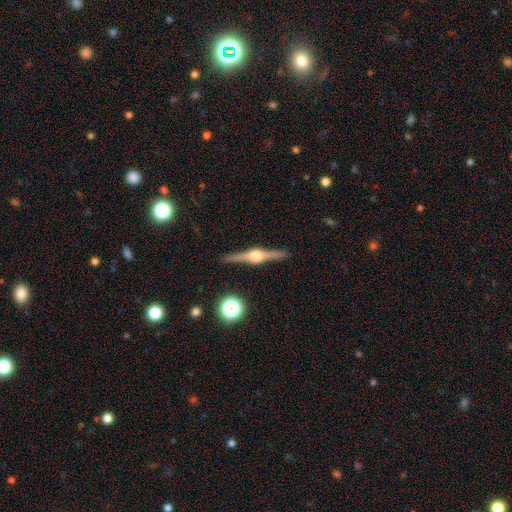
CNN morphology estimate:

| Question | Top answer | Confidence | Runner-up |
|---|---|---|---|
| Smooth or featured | featured or disk | 85% | smooth (9%) |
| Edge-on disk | yes | 98% | no (2%) |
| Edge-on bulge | rounded | 92% | boxy (7%) |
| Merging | none | 91% | minor disturbance (6%) |